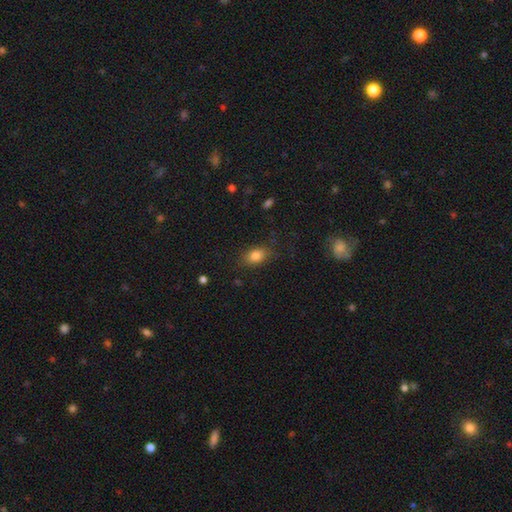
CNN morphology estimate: Smooth or featured? smooth (82%)
How rounded? in between (82%)
Merging? none (80%)